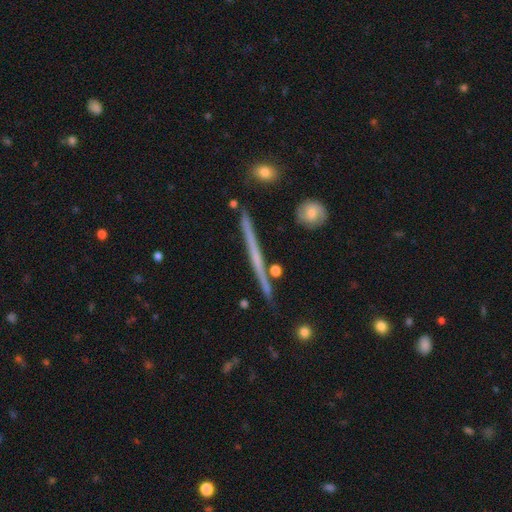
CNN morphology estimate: featured or disk 66%, smooth 26%, star or artifact 8%. Down the decision tree: edge-on disk — yes (97%); edge-on bulge — none (70%); merging — none (89%).